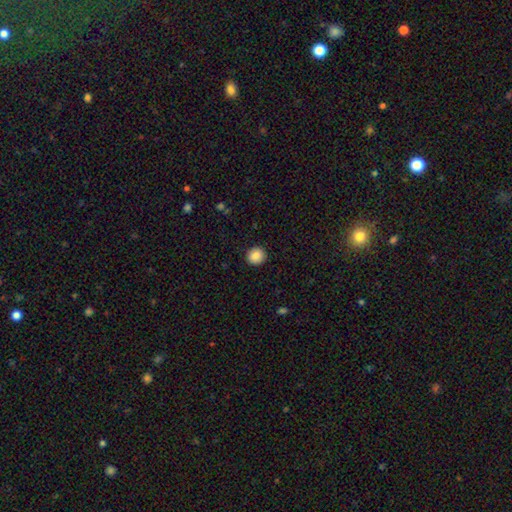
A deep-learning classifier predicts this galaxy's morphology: A smooth galaxy with no disk features (87%) that is round (93%).

Vote fractions:
- Smooth or featured? smooth: 87% / star or artifact: 9% / featured or disk: 5%
- How rounded? round: 93% / in between: 7% / cigar-shaped: 1%
- Merging? none: 92% / minor disturbance: 5% / major disturbance: 2% / merger: 1%